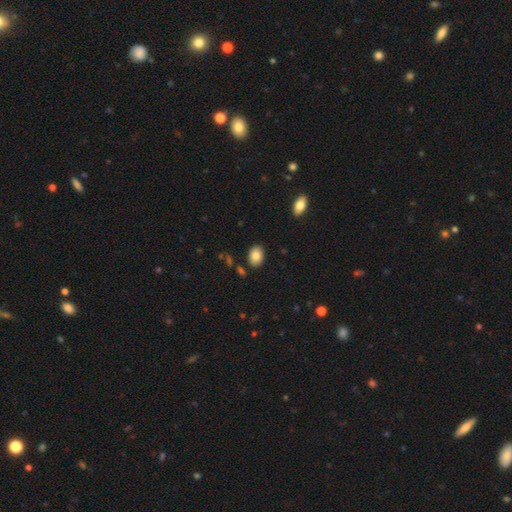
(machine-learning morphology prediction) smooth_or_featured: smooth (p=0.84) [alt: featured or disk p=0.08]
how_rounded: in between (p=0.79) [alt: round p=0.20]
merging: none (p=0.87) [alt: minor disturbance p=0.09]